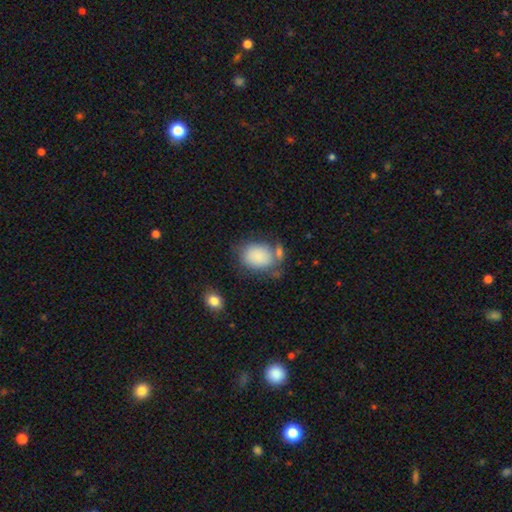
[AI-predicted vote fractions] The model was most divided on "merging": none: 53%, minor disturbance: 22%, merger: 15%, major disturbance: 10%. More confident: smooth or featured — smooth (85%); how rounded — in between (68%).